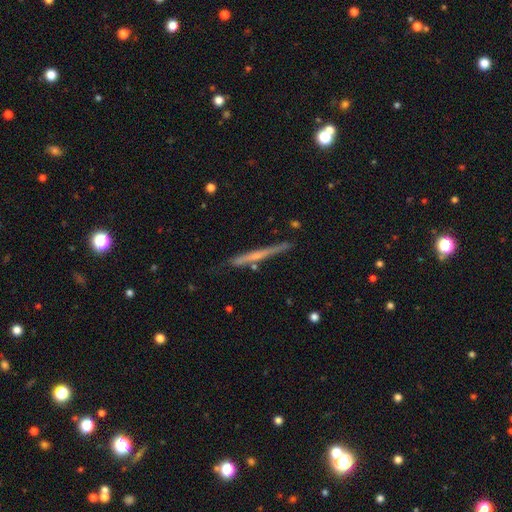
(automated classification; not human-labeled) This is possibly a featured or disk galaxy (56%). It is clearly viewed edge-on (96%). Edge-on bulge: likely none (66%). Merging: likely none (80%).